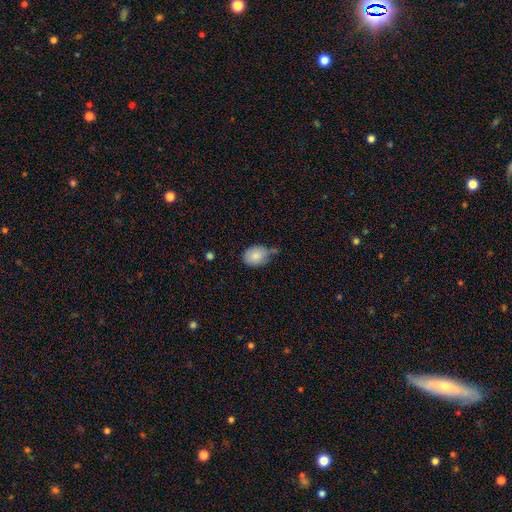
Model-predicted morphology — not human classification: Smooth or featured: smooth — 84% (featured or disk — 9%)
How rounded: in between — 66% (round — 33%)
Merging: none — 50% (minor disturbance — 34%)